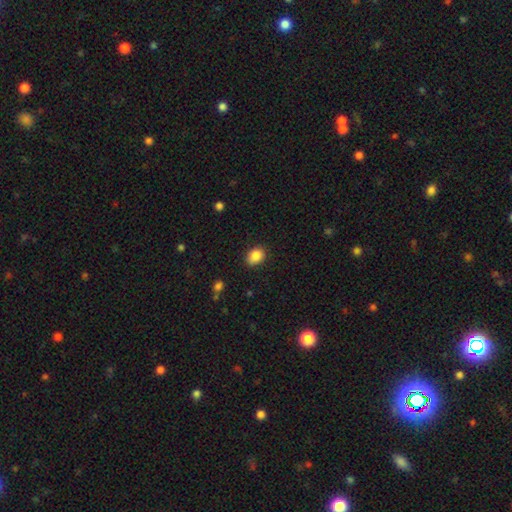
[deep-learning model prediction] This appears to be a smooth galaxy with no disk features (88%) that is in between round and cigar-shaped (64%). Merging: none (82%).